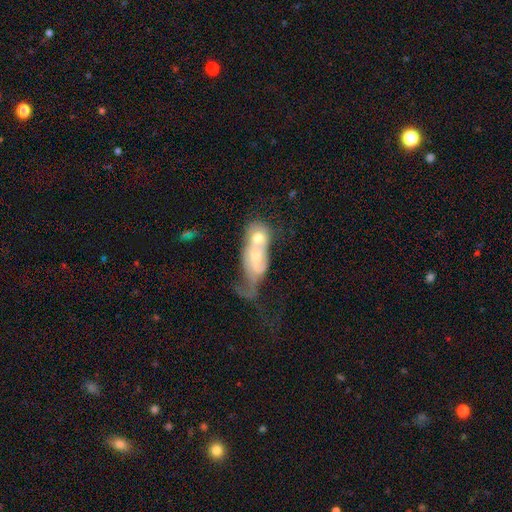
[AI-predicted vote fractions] Q: Smooth or featured?
A: featured or disk (53%); runner-up: smooth (39%)
Q: Edge-on disk?
A: no (90%); runner-up: yes (10%)
Q: Merging?
A: merger (71%); runner-up: major disturbance (13%)